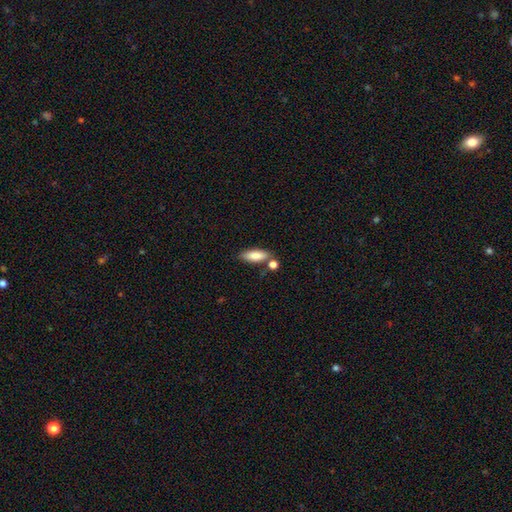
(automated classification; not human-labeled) Morphology: type=smooth (83%); roundness=in between (72%); merging=none (63%).